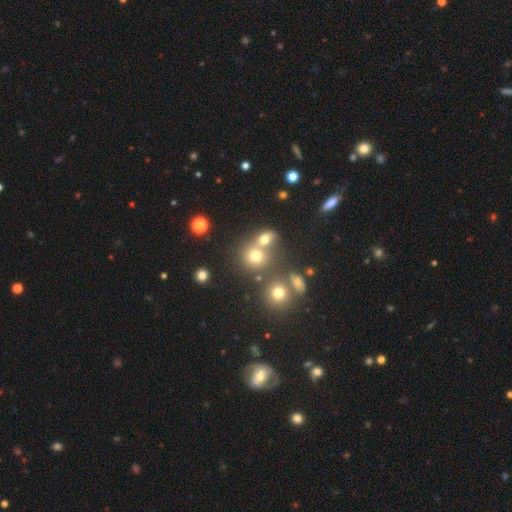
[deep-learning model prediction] A smooth galaxy with no disk features (70%) that is round (78%).

Vote fractions:
- Smooth or featured? smooth: 70% / star or artifact: 18% / featured or disk: 12%
- How rounded? round: 78% / in between: 20% / cigar-shaped: 1%
- Merging? none: 50% / merger: 38% / minor disturbance: 8% / major disturbance: 4%